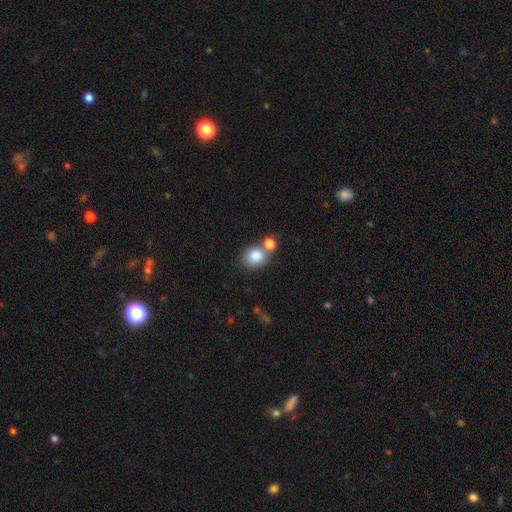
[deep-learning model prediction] A smooth galaxy with no disk features (83%) that is round (71%). Merging: none (52%).